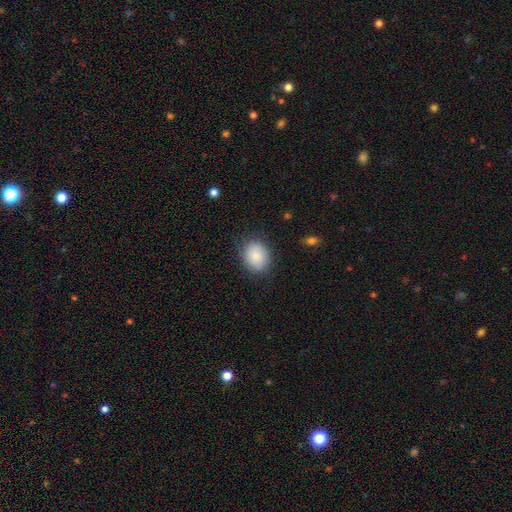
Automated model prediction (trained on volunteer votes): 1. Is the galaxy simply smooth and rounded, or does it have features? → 87% smooth, 7% star or artifact, 6% featured or disk.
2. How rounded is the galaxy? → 51% in between, 48% round, 1% cigar-shaped.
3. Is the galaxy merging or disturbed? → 82% none, 13% minor disturbance, 4% major disturbance, 1% merger.